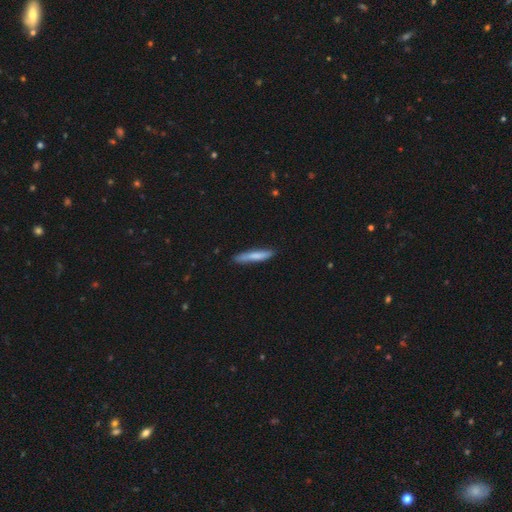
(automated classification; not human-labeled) Morphology: type=smooth (73%); roundness=cigar-shaped (92%); merging=none (81%).